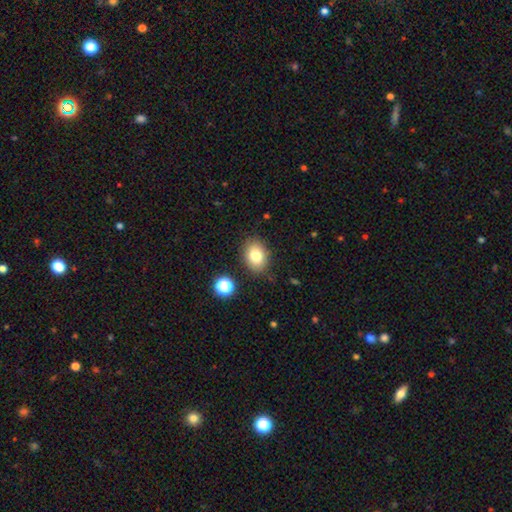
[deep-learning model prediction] Overall: smooth (80%). How rounded: in between (68%; round 31%). Merging: none (84%).